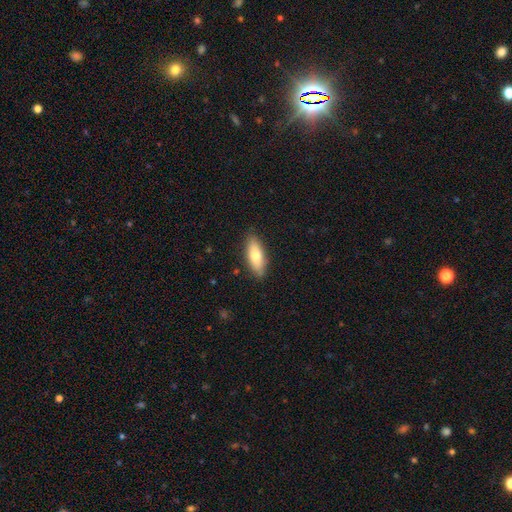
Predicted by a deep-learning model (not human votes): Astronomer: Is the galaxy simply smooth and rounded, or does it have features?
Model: smooth — 72%.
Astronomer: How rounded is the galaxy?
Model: in between — 73%.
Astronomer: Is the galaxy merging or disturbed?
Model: none — 85%.